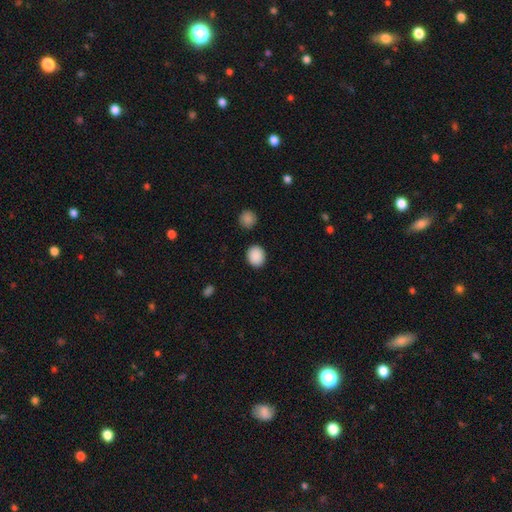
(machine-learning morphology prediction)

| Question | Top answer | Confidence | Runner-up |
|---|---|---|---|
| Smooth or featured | smooth | 89% | star or artifact (8%) |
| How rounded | round | 60% | in between (40%) |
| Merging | none | 88% | minor disturbance (7%) |